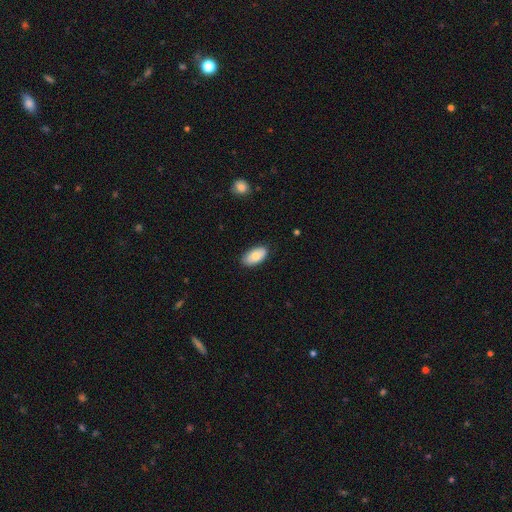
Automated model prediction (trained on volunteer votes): This is likely a smooth galaxy (78%). How rounded: clearly in between (95%). Merging: clearly none (85%).